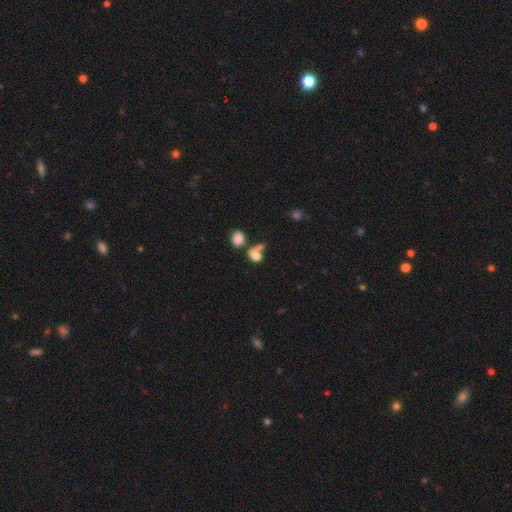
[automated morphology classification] This appears to be a smooth galaxy with no disk features (71%) that is in between round and cigar-shaped (57%). Merging: merger (47%).